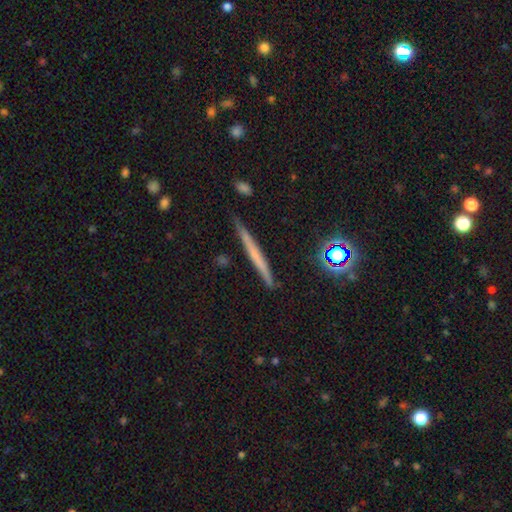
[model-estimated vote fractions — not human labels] The model was most divided on "smooth or featured": smooth: 45%, featured or disk: 43%, star or artifact: 12%. More confident: merging — none (88%).